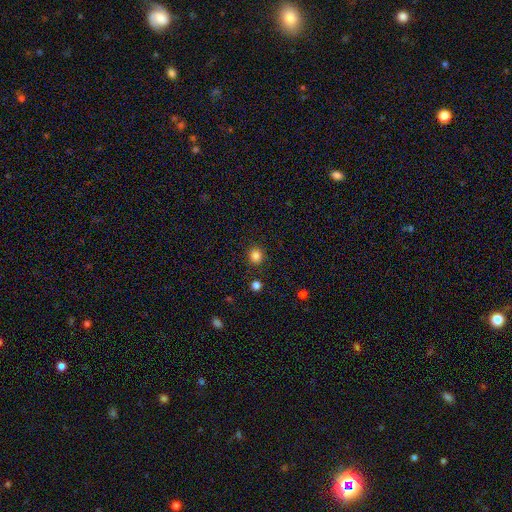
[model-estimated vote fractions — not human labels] Smooth or featured? smooth (84%)
How rounded? round (90%)
Merging? none (89%)